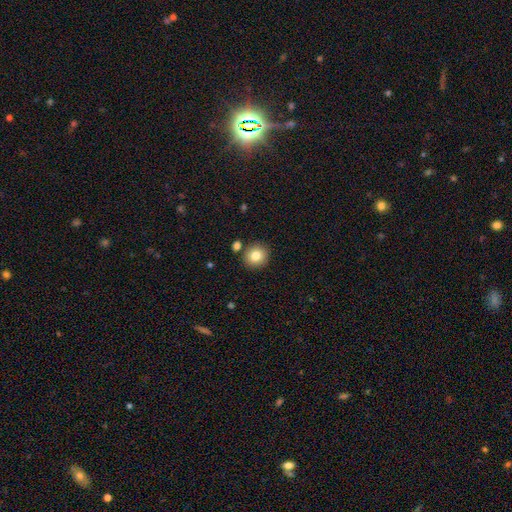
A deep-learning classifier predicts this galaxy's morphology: Overall: smooth (82%). How rounded: round (88%). Merging: none (85%).